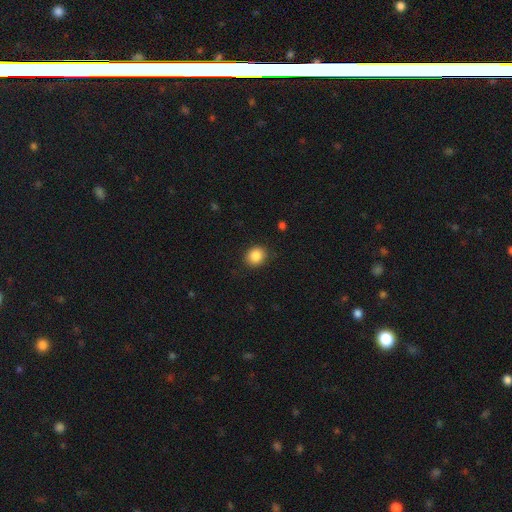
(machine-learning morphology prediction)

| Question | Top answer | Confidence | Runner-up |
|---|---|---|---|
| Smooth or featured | smooth | 87% | star or artifact (9%) |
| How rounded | round | 74% | in between (26%) |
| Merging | none | 88% | minor disturbance (9%) |